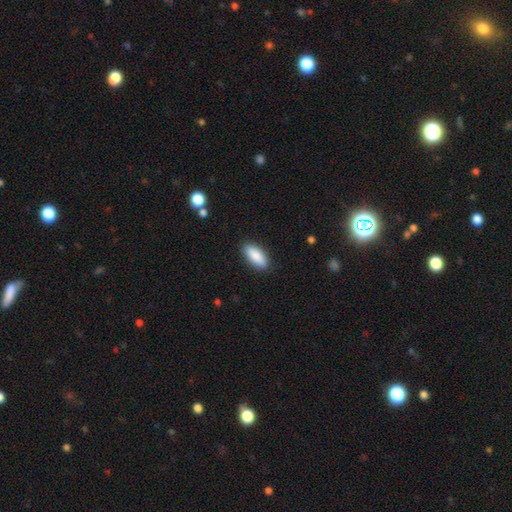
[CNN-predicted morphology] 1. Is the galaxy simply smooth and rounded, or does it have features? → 87% smooth, 7% featured or disk, 6% star or artifact.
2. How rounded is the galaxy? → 82% in between, 16% cigar-shaped, 2% round.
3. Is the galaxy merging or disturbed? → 88% none, 9% minor disturbance, 2% major disturbance, 1% merger.